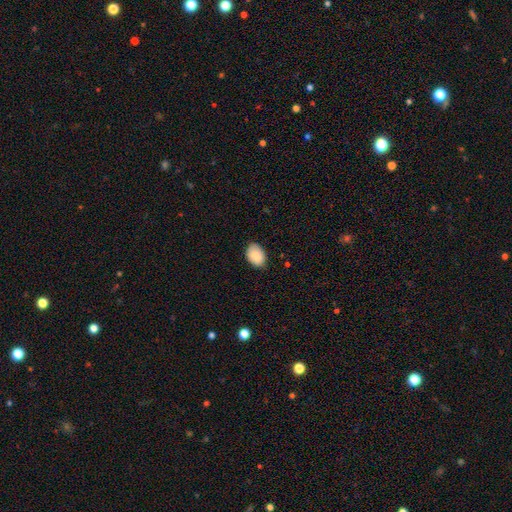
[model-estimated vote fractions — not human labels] This appears to be a smooth galaxy with no disk features (88%) that is in between round and cigar-shaped (85%). Merging: none (82%).